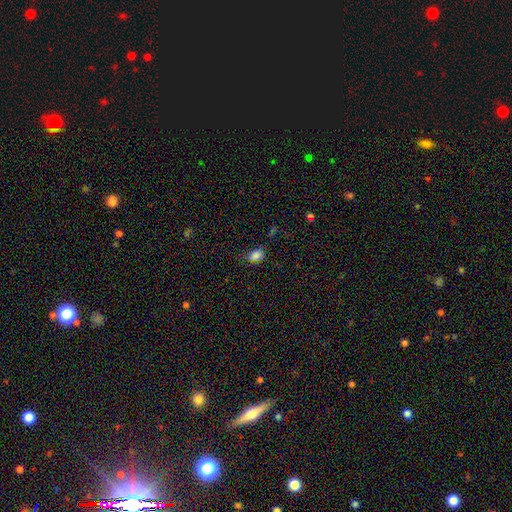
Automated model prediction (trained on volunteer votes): Smooth or featured? Predicted: smooth (p=0.82). How rounded? Predicted: in between (p=0.74). Merging? Predicted: none (p=0.63).